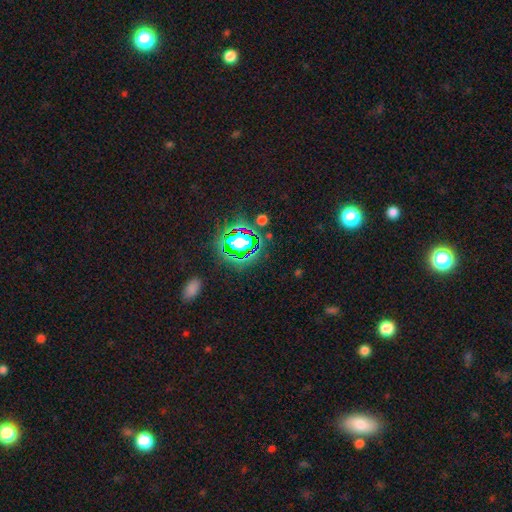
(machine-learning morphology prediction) smooth_or_featured: star or artifact (p=0.78) [alt: smooth p=0.15]